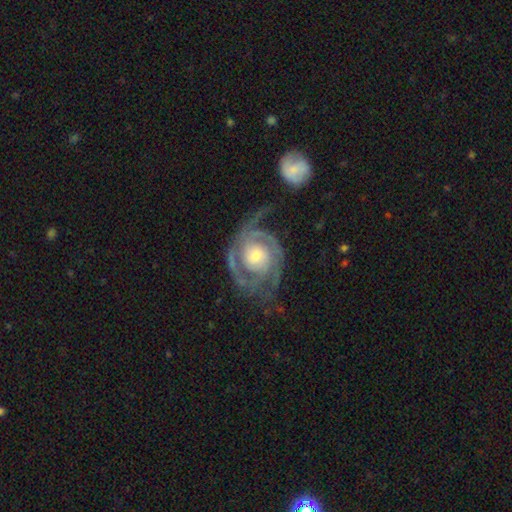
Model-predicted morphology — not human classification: Overall: featured or disk (92%). Edge-on disk: no (98%). Bar: no (70%). Spiral arms: yes (97%). Spiral arm count: 2 (55%; 3 20%). Spiral winding: tight (58%; medium 35%). Bulge size: moderate (54%; small 34%). Merging: none (63%).